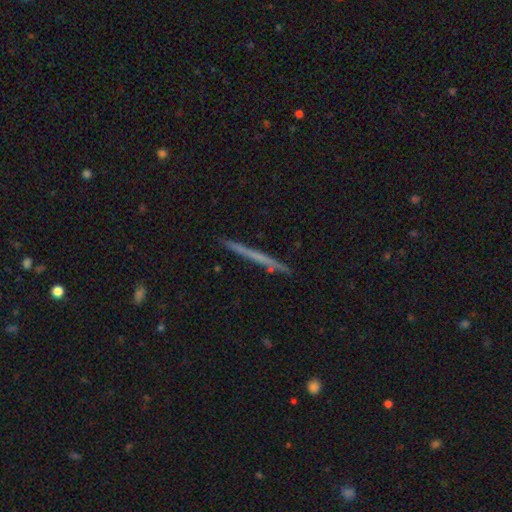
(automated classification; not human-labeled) Smooth or featured?
  - featured or disk: 51% *
  - smooth: 42%
  - star or artifact: 6%
Edge-on disk?
  - yes: 97% *
  - no: 3%
Merging?
  - none: 91% *
  - minor disturbance: 7%
  - major disturbance: 1%
  - merger: 1%